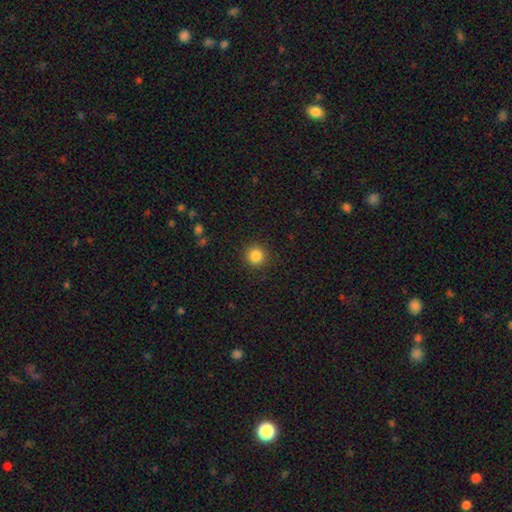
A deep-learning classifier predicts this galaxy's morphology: Smooth or featured?
  - smooth: 85% *
  - star or artifact: 11%
  - featured or disk: 4%
How rounded?
  - round: 95% *
  - in between: 4%
  - cigar-shaped: 1%
Merging?
  - none: 91% *
  - minor disturbance: 5%
  - major disturbance: 2%
  - merger: 1%